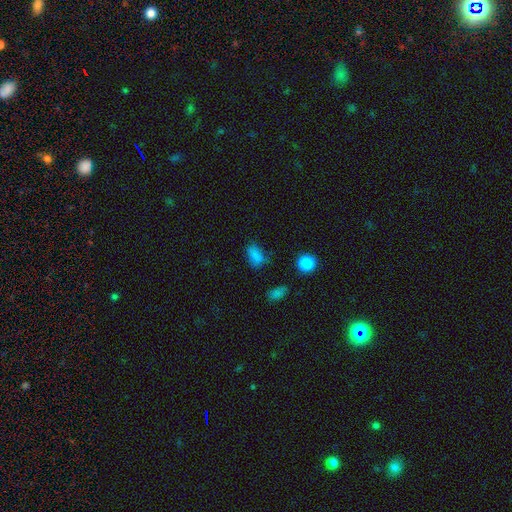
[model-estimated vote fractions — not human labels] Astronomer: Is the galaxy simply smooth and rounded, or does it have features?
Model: smooth — 79%.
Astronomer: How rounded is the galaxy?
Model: in between — 84%.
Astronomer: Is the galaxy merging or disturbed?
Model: none — 64%.